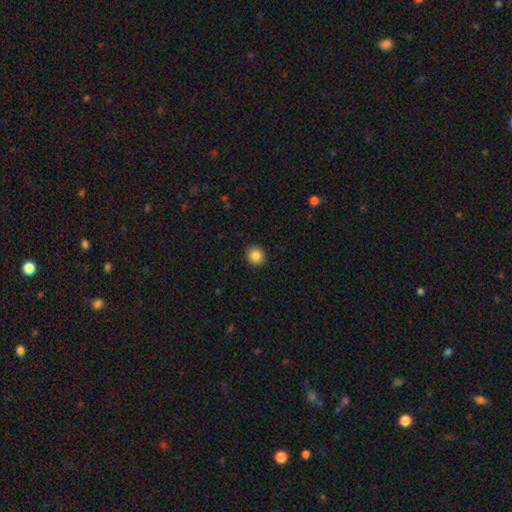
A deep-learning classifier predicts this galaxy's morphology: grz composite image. It shows a smooth galaxy with no disk features (87%) that is round (92%). Merging: none (92%).